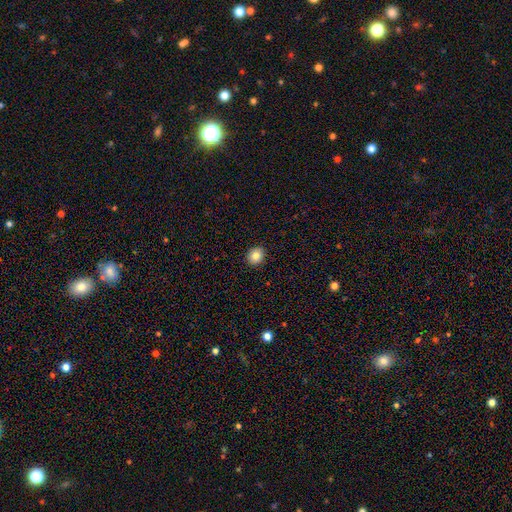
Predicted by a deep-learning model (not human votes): Q: Smooth or featured?
A: smooth (83%); runner-up: star or artifact (10%)
Q: How rounded?
A: round (77%); runner-up: in between (22%)
Q: Merging?
A: none (92%); runner-up: minor disturbance (5%)